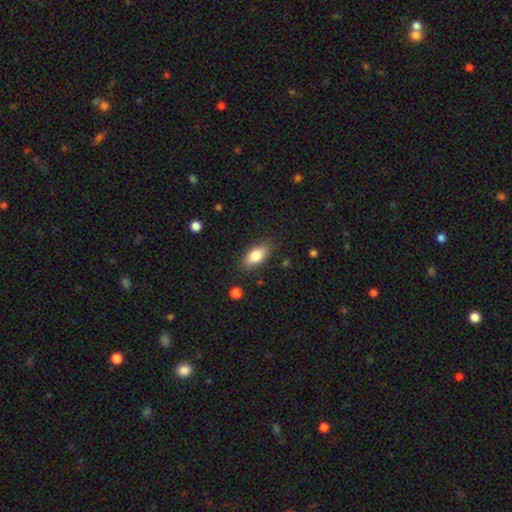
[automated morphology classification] The model was most divided on "merging": none: 81%, minor disturbance: 14%, major disturbance: 3%, merger: 2%. More confident: how rounded — in between (86%); smooth or featured — smooth (82%).